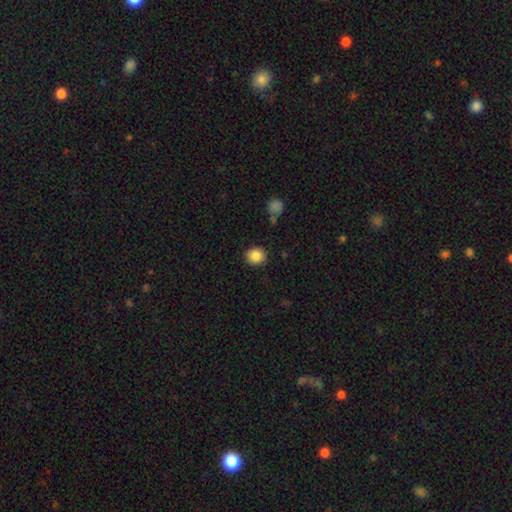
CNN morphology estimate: A smooth galaxy with no disk features (86%) that is round (88%).

Vote fractions:
- Smooth or featured? smooth: 86% / star or artifact: 9% / featured or disk: 5%
- How rounded? round: 88% / in between: 11% / cigar-shaped: 1%
- Merging? none: 89% / minor disturbance: 7% / major disturbance: 2% / merger: 2%